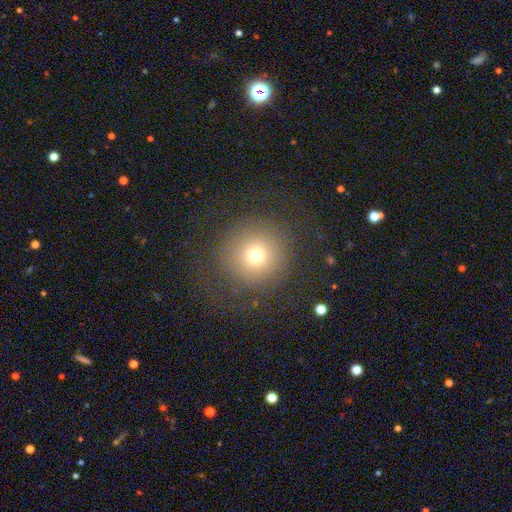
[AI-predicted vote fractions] A smooth galaxy with no disk features (71%) that is round (95%).

Vote fractions:
- Smooth or featured? smooth: 71% / star or artifact: 18% / featured or disk: 11%
- How rounded? round: 95% / in between: 4% / cigar-shaped: 1%
- Merging? none: 82% / minor disturbance: 9% / major disturbance: 8% / merger: 1%